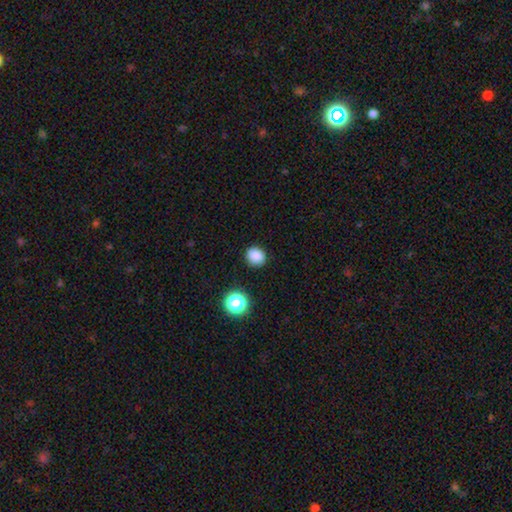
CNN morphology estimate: A smooth galaxy with no disk features (84%) that is round (73%). Merging: none (88%).